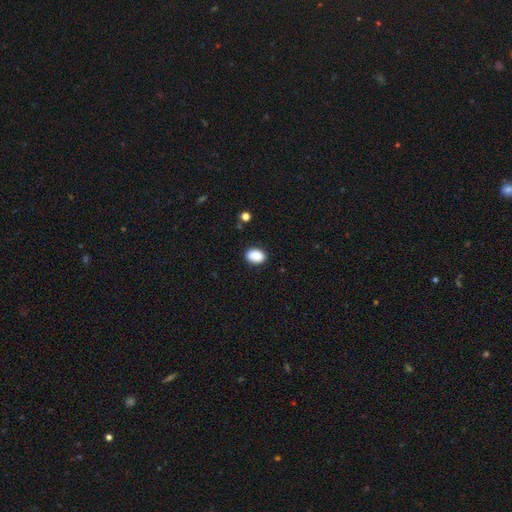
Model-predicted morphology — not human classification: Smooth or featured: smooth — 89% (star or artifact — 8%)
How rounded: in between — 82% (round — 17%)
Merging: none — 87% (minor disturbance — 10%)